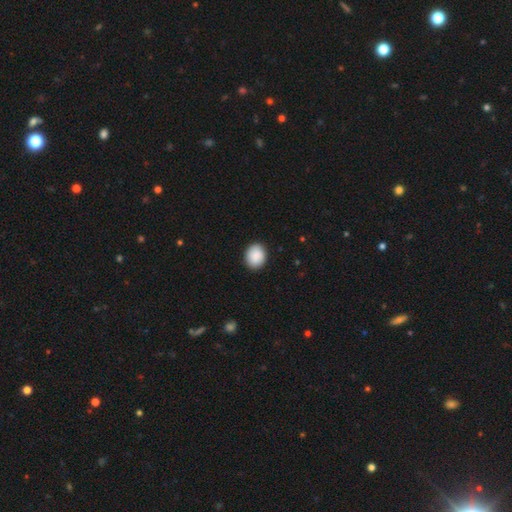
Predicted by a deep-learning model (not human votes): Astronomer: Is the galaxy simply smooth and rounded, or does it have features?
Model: smooth — 90%.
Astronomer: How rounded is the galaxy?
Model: round — 56% (runner-up: in between, 43%).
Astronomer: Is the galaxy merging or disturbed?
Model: none — 89%.